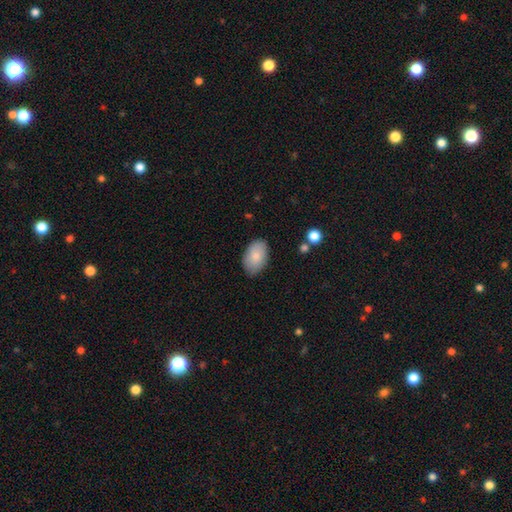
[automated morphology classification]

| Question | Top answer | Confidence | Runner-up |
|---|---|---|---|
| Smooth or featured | smooth | 85% | featured or disk (9%) |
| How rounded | in between | 92% | round (7%) |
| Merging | none | 83% | minor disturbance (13%) |